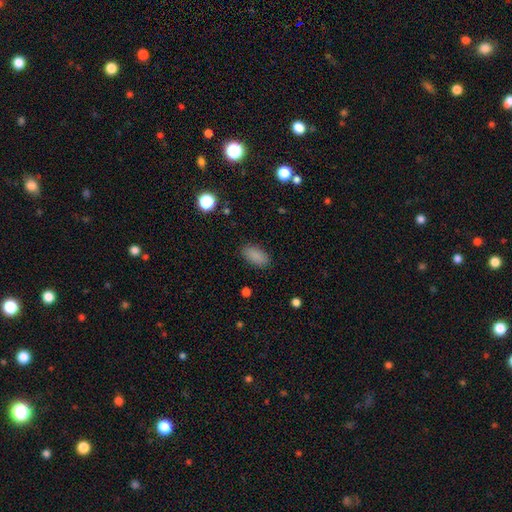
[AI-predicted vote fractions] Overall: smooth (87%). How rounded: in between (91%). Merging: none (88%).